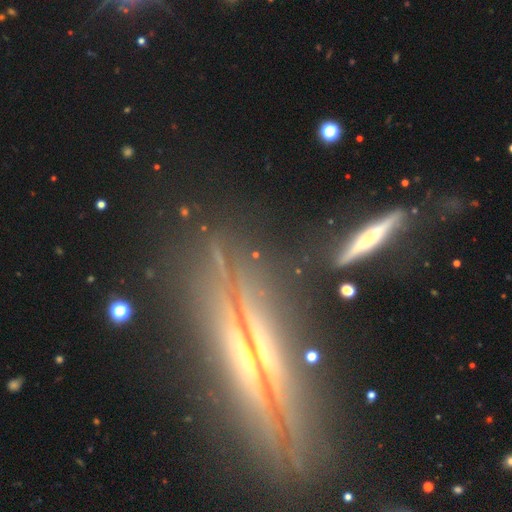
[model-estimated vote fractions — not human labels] Overall: star or artifact (52%; smooth 25%).